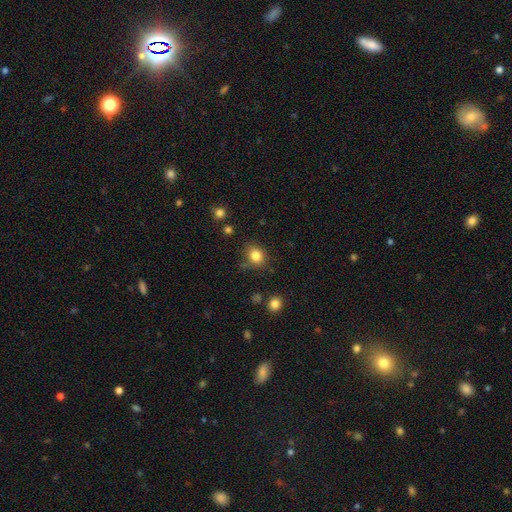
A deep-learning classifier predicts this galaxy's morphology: A smooth galaxy with no disk features (83%) that is round (65%). Merging: none (78%).